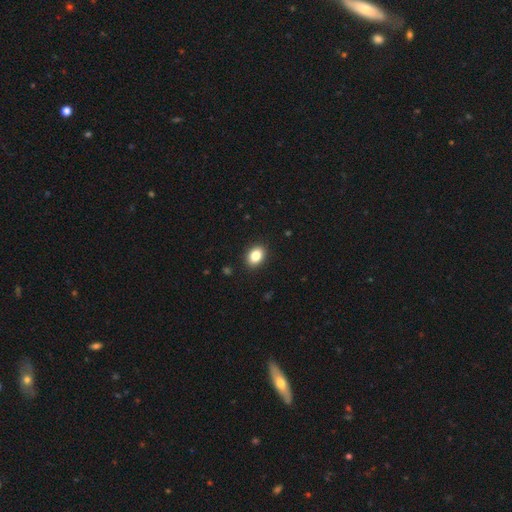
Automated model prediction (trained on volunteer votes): This is clearly a smooth galaxy (84%). How rounded: likely in between (72%). Merging: clearly none (90%).